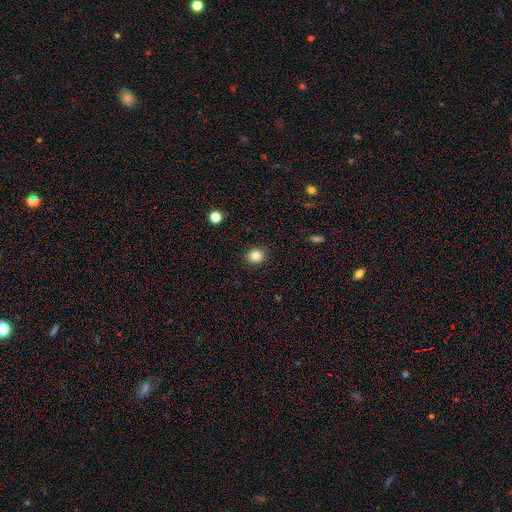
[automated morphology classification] Smooth or featured? Predicted: smooth (p=0.85). How rounded? Predicted: round (p=0.73). Merging? Predicted: none (p=0.90).